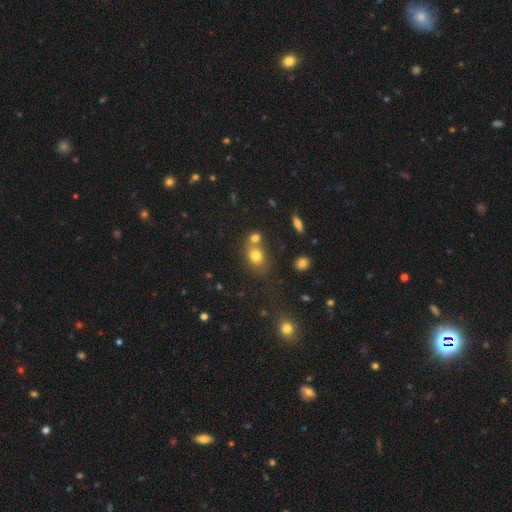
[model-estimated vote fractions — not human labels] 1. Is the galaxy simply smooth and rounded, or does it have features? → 76% smooth, 13% star or artifact, 11% featured or disk.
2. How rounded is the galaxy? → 53% round, 45% in between, 1% cigar-shaped.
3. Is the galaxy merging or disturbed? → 48% none, 37% merger, 11% minor disturbance, 4% major disturbance.